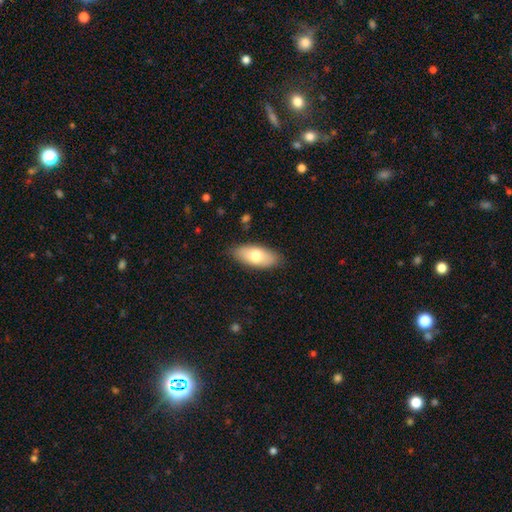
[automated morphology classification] A smooth galaxy with no disk features (74%) that is in between round and cigar-shaped (87%).

Vote fractions:
- Smooth or featured? smooth: 74% / featured or disk: 20% / star or artifact: 6%
- How rounded? in between: 87% / cigar-shaped: 10% / round: 3%
- Merging? none: 85% / minor disturbance: 12% / major disturbance: 2% / merger: 1%